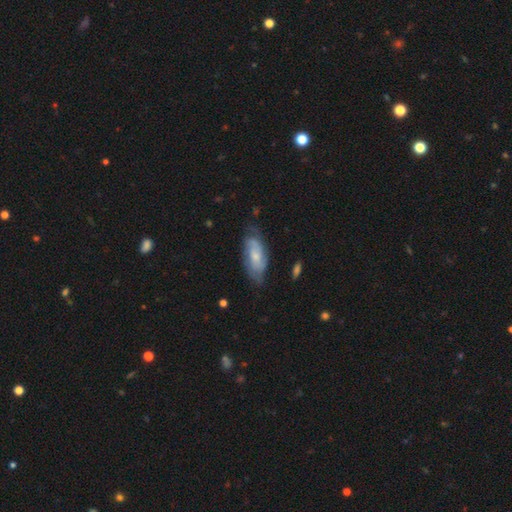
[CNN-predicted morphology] smooth_or_featured: featured or disk (p=0.57) [alt: smooth p=0.37]
disk_edge_on: no (p=0.89) [alt: yes p=0.11]
bar: no (p=0.67) [alt: weak p=0.28]
has_spiral_arms: yes (p=0.84) [alt: no p=0.16]
bulge_size: small (p=0.50) [alt: moderate p=0.39]
merging: none (p=0.65) [alt: minor disturbance p=0.26]